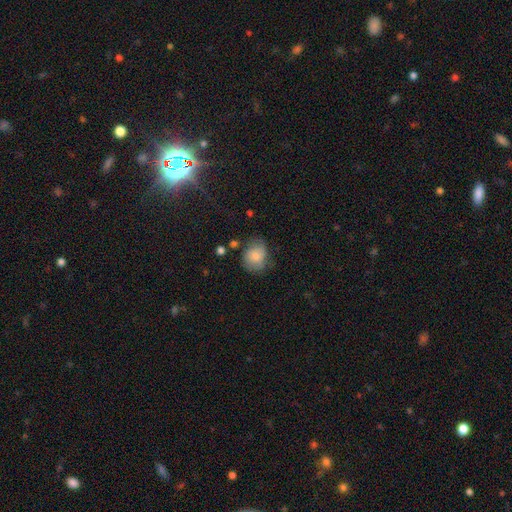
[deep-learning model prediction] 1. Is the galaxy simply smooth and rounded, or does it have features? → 75% smooth, 17% featured or disk, 8% star or artifact.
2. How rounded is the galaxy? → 55% round, 44% in between, 1% cigar-shaped.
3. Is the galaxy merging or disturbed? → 56% none, 30% minor disturbance, 11% major disturbance, 3% merger.